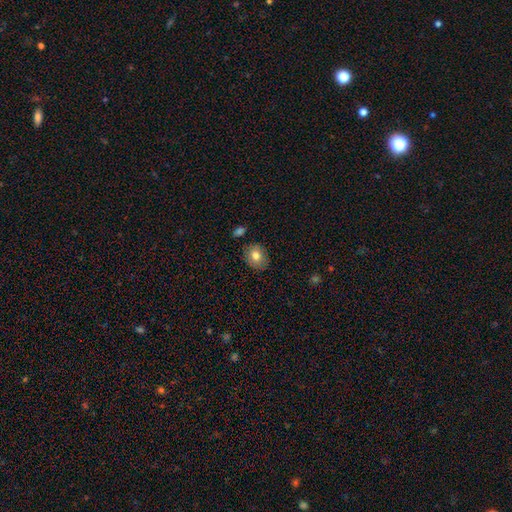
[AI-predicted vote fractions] smooth-or-featured: smooth: 79% | featured or disk: 13% | star or artifact: 8%
  how-rounded: in between: 51% | round: 48% | cigar-shaped: 1%
  merging: none: 82% | minor disturbance: 13% | major disturbance: 3% | merger: 3%